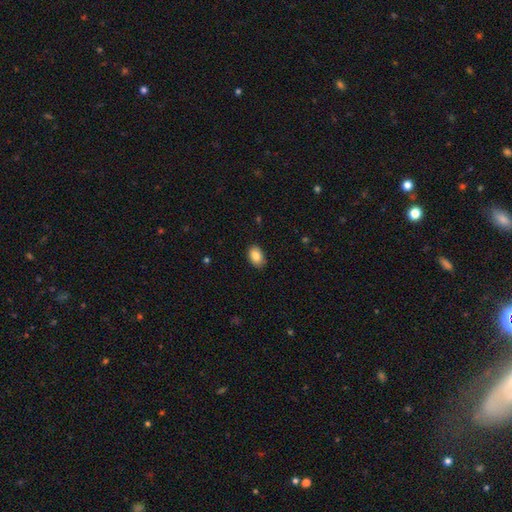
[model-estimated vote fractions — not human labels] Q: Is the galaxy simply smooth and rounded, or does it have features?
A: smooth — 86%.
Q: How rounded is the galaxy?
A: in between — 86%.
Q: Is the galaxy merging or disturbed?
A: none — 86%.